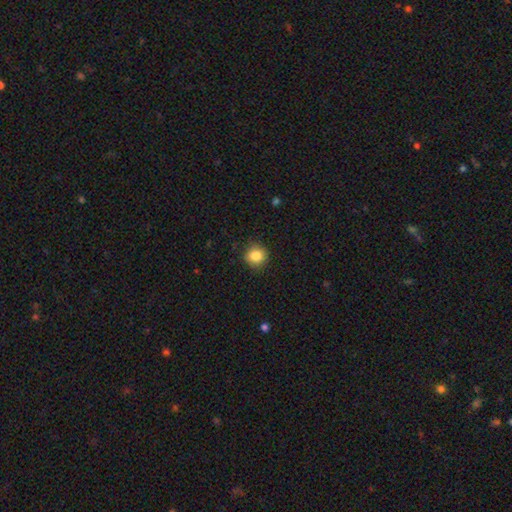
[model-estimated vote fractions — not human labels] smooth_or_featured: smooth (p=0.84) [alt: star or artifact p=0.10]
how_rounded: round (p=0.87) [alt: in between p=0.12]
merging: none (p=0.88) [alt: minor disturbance p=0.09]